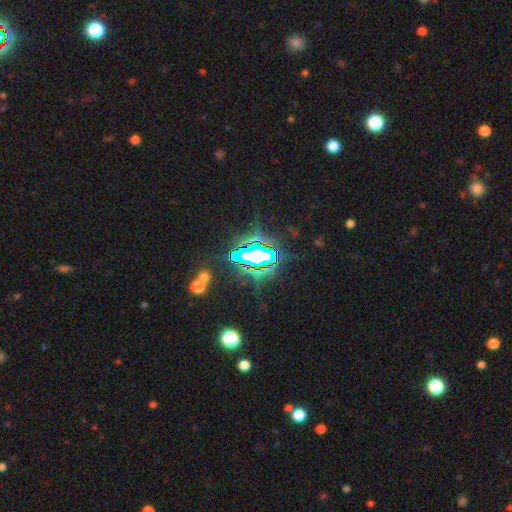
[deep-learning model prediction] Smooth or featured? star or artifact (75%)